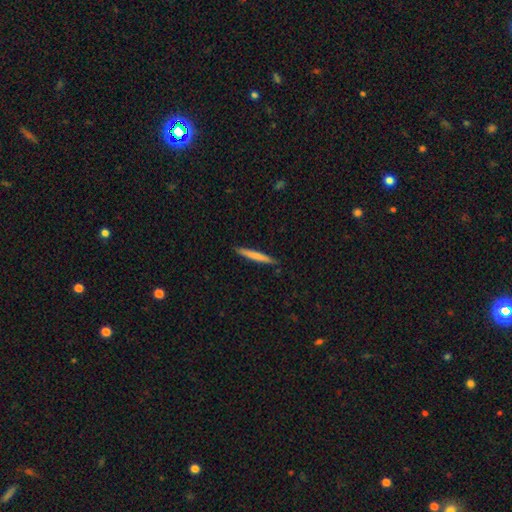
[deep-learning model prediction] smooth 72%, featured or disk 22%, star or artifact 5%. Down the decision tree: how rounded — cigar-shaped (96%); merging — none (90%).